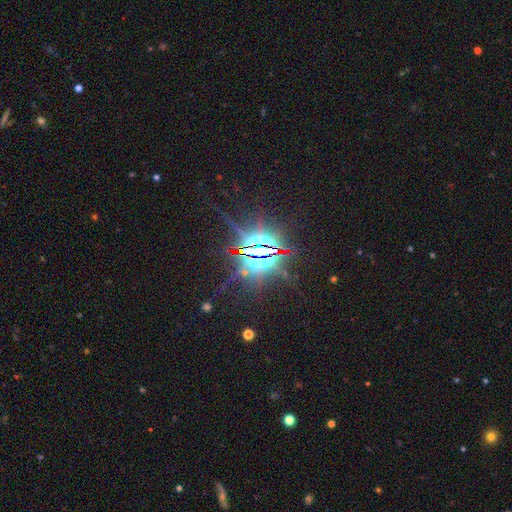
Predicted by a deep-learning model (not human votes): The model was most divided on "smooth or featured": star or artifact: 83%, featured or disk: 10%, smooth: 7%.